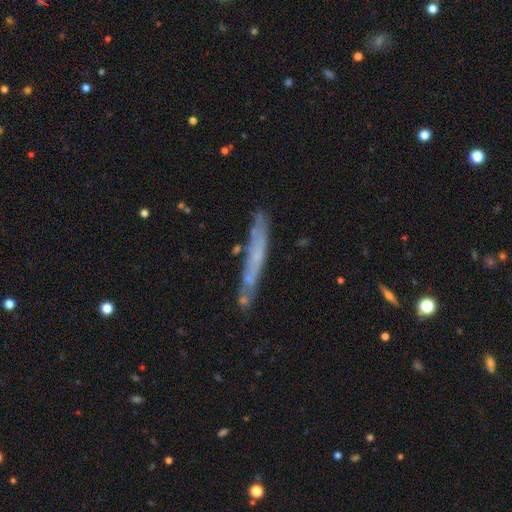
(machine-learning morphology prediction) Q: Smooth or featured?
A: featured or disk (50%); runner-up: smooth (42%)
Q: Edge-on disk?
A: yes (83%); runner-up: no (17%)
Q: Merging?
A: none (76%); runner-up: minor disturbance (16%)